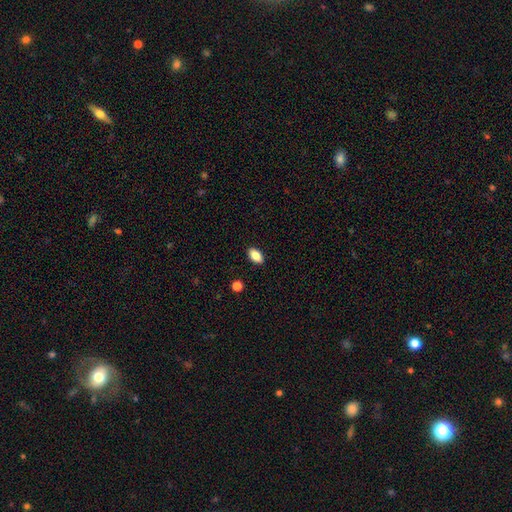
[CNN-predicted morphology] Smooth or featured: smooth — 85% (star or artifact — 8%)
How rounded: in between — 91% (round — 5%)
Merging: none — 89% (minor disturbance — 8%)